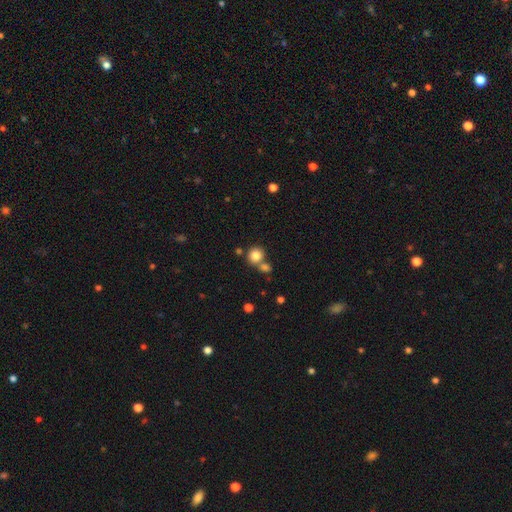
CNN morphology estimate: smooth_or_featured: smooth (p=0.82) [alt: star or artifact p=0.11]
how_rounded: round (p=0.88) [alt: in between p=0.11]
merging: none (p=0.59) [alt: merger p=0.29]